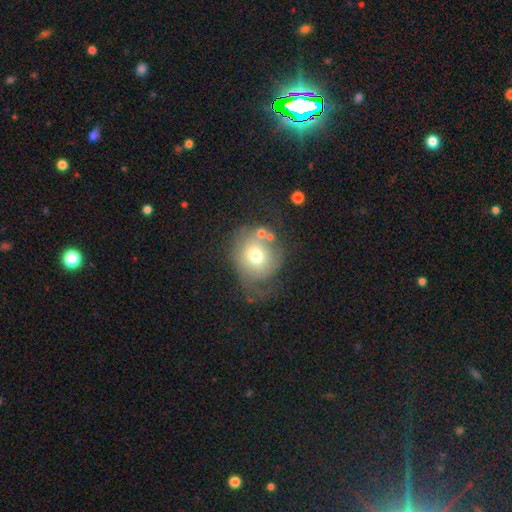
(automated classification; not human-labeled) smooth-or-featured: smooth: 59% | featured or disk: 30% | star or artifact: 11%
  how-rounded: round: 75% | in between: 24% | cigar-shaped: 1%
  merging: none: 41% | major disturbance: 26% | minor disturbance: 23% | merger: 10%